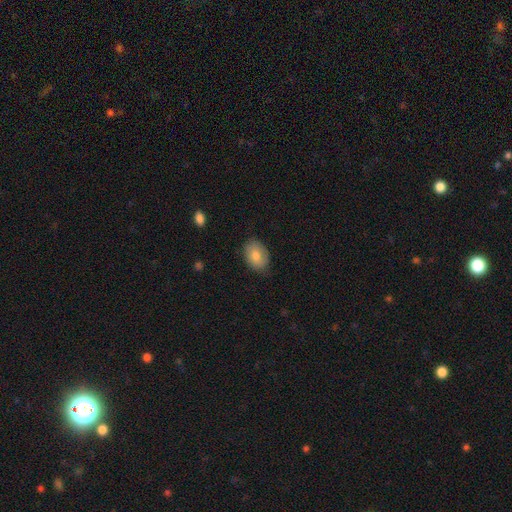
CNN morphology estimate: A smooth galaxy with no disk features (79%) that is in between round and cigar-shaped (75%).

Vote fractions:
- Smooth or featured? smooth: 79% / featured or disk: 14% / star or artifact: 7%
- How rounded? in between: 75% / round: 24% / cigar-shaped: 1%
- Merging? none: 78% / minor disturbance: 18% / major disturbance: 3% / merger: 1%